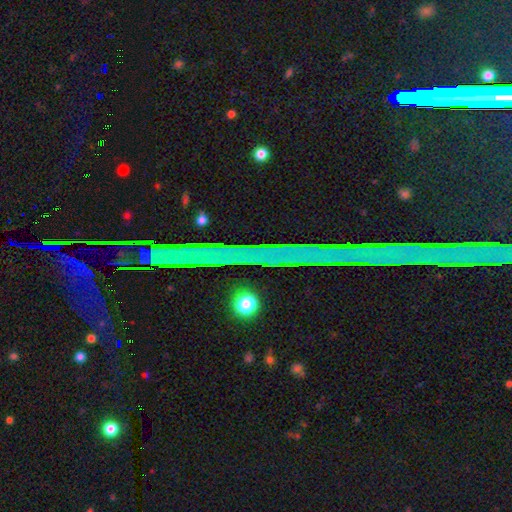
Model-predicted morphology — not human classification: Q: Smooth or featured?
A: star or artifact (63%); runner-up: featured or disk (21%)